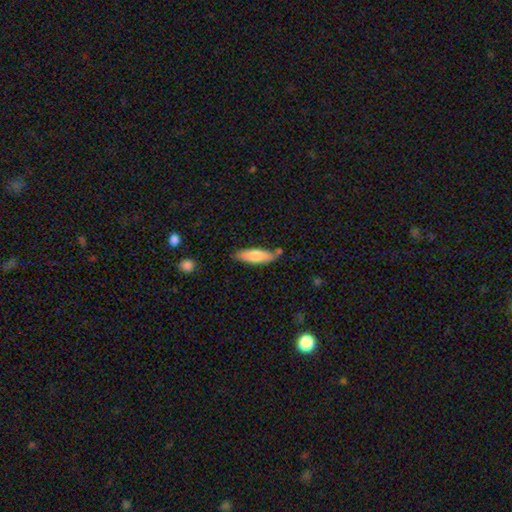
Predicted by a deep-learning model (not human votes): This is likely a smooth galaxy (75%). How rounded: possibly cigar-shaped (55%). Merging: likely none (70%).